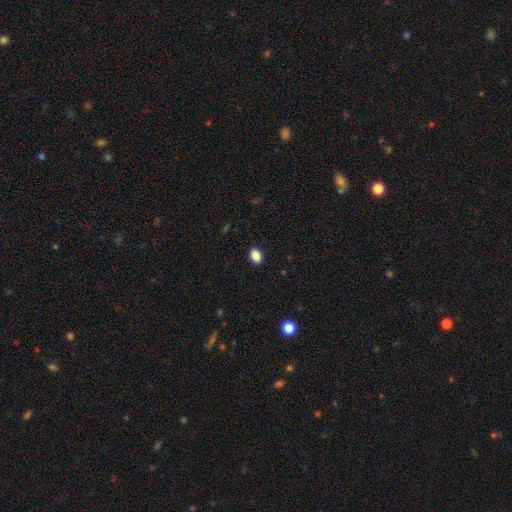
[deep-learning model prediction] A smooth galaxy with no disk features (88%) that is in between round and cigar-shaped (75%). Merging: none (90%).